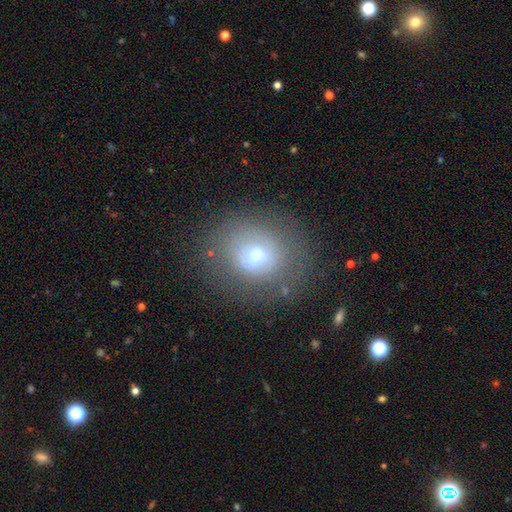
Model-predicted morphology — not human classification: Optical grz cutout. It shows a smooth galaxy with no disk features (52%) that is round (67%). Merging: none (69%).